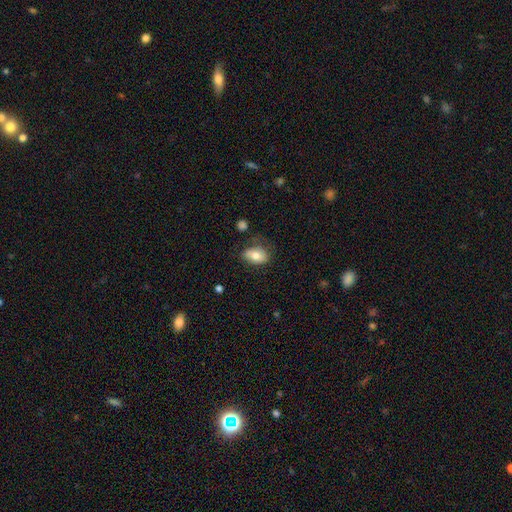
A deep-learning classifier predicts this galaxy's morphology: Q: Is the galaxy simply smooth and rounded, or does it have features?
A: smooth — 72%.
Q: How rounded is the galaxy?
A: in between — 86%.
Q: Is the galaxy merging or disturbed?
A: none — 56%.